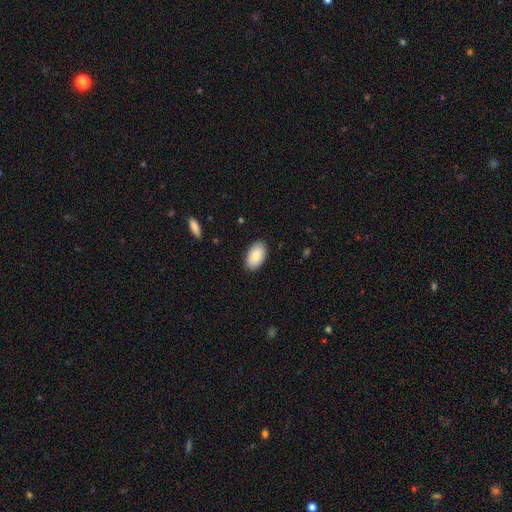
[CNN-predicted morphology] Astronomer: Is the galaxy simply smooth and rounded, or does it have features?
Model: smooth — 88%.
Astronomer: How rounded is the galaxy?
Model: in between — 96%.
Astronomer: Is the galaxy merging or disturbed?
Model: none — 88%.